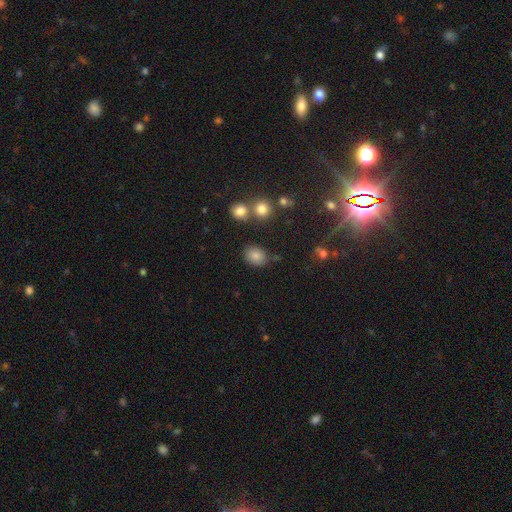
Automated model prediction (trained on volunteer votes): Overall: smooth (81%). How rounded: in between (62%; round 37%). Merging: none (78%).